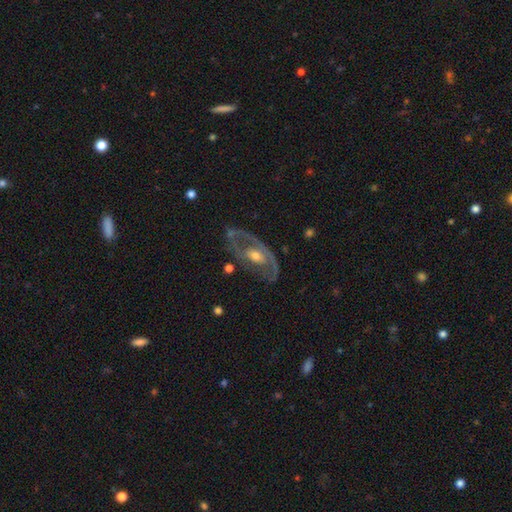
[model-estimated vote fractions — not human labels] This appears to be a featured or disk galaxy (78%) with no bar (62%), spiral arms (62%) and a moderate central bulge (66%). Merging: none (61%).